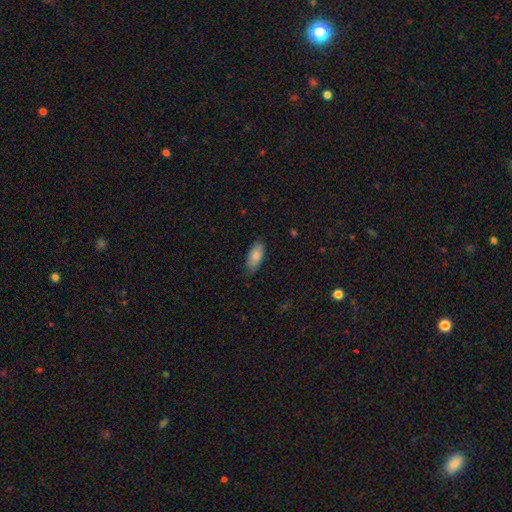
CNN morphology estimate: smooth_or_featured: smooth (p=0.83) [alt: featured or disk p=0.11]
how_rounded: in between (p=0.84) [alt: cigar-shaped p=0.14]
merging: none (p=0.74) [alt: minor disturbance p=0.21]